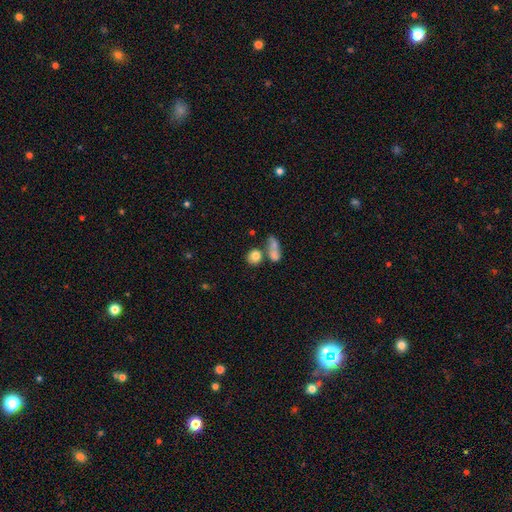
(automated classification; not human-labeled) A smooth galaxy with no disk features (80%) that is round (76%).

Vote fractions:
- Smooth or featured? smooth: 80% / featured or disk: 10% / star or artifact: 10%
- How rounded? round: 76% / in between: 21% / cigar-shaped: 2%
- Merging? none: 53% / merger: 31% / minor disturbance: 11% / major disturbance: 6%